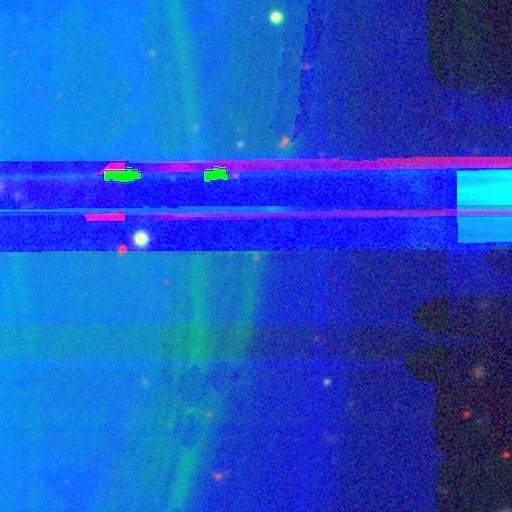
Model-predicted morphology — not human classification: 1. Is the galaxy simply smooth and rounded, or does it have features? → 88% star or artifact, 7% featured or disk, 6% smooth.